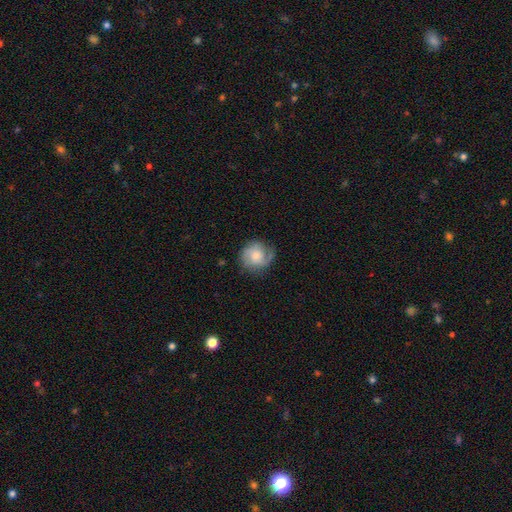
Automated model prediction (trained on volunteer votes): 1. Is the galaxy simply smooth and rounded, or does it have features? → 46% featured or disk (tied), 46% smooth (tied), 8% star or artifact.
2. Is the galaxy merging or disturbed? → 69% none, 21% minor disturbance, 8% major disturbance, 1% merger.